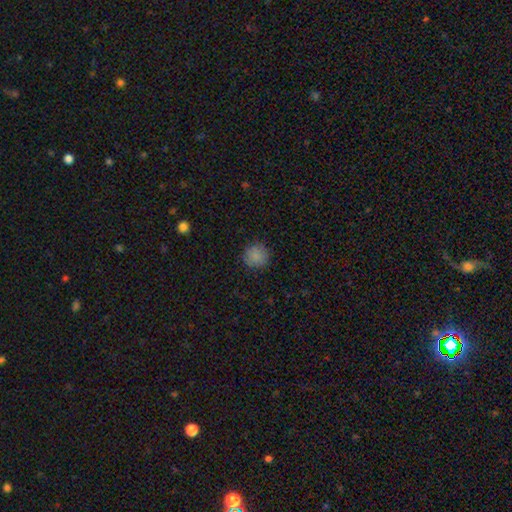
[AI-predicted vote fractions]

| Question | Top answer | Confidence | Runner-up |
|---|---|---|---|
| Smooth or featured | smooth | 84% | star or artifact (10%) |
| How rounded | round | 91% | in between (8%) |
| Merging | none | 86% | minor disturbance (10%) |